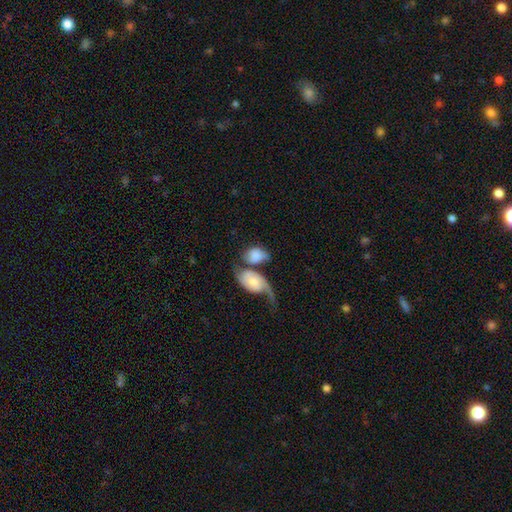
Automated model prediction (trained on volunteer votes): smooth-or-featured: smooth: 62% | featured or disk: 32% | star or artifact: 6%
  how-rounded: in between: 75% | round: 23% | cigar-shaped: 2%
  merging: merger: 58% | none: 18% | major disturbance: 13% | minor disturbance: 11%